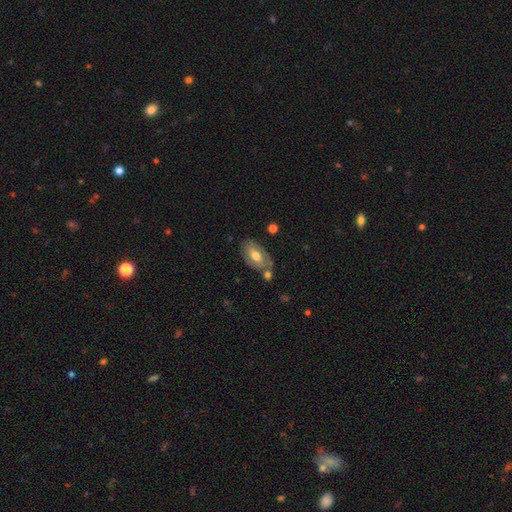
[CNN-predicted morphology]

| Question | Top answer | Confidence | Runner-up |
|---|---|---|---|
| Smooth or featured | smooth | 55% | featured or disk (38%) |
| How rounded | in between | 91% | round (5%) |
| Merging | none | 61% | minor disturbance (20%) |